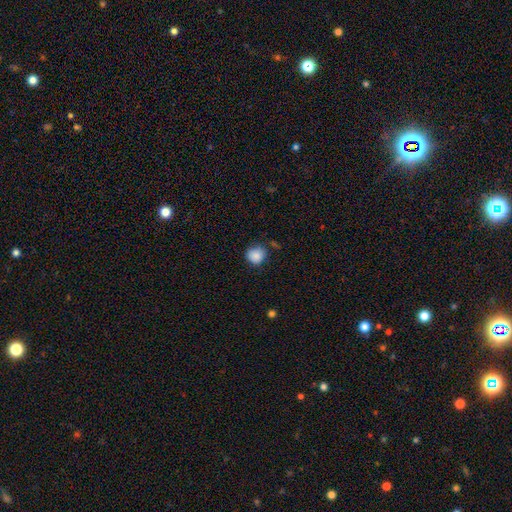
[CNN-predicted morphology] Q: Smooth or featured?
A: smooth (88%); runner-up: star or artifact (9%)
Q: How rounded?
A: round (87%); runner-up: in between (12%)
Q: Merging?
A: none (75%); runner-up: minor disturbance (18%)